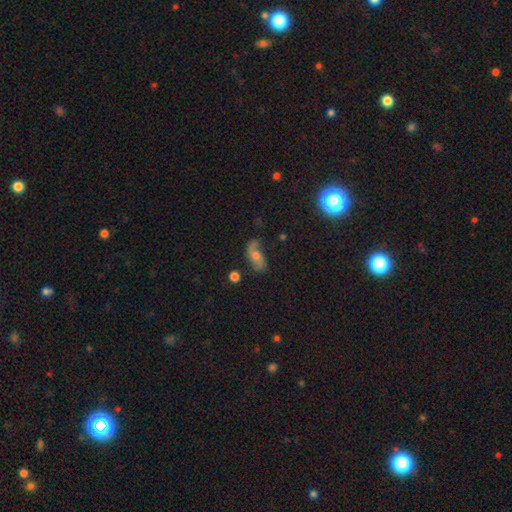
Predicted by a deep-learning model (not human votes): Smooth or featured? featured or disk (63%)
Edge-on disk? no (93%)
Bar? no (64%)
Spiral arms? yes (87%)
Spiral winding? loose (72%)
Spiral arm count? 2 (80%)
Bulge size? moderate (54%)
Merging? none (57%)